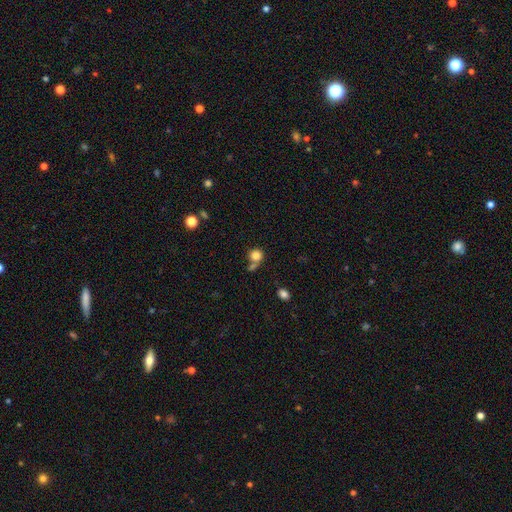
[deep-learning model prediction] A smooth galaxy with no disk features (83%) that is round (86%). Merging: none (53%).